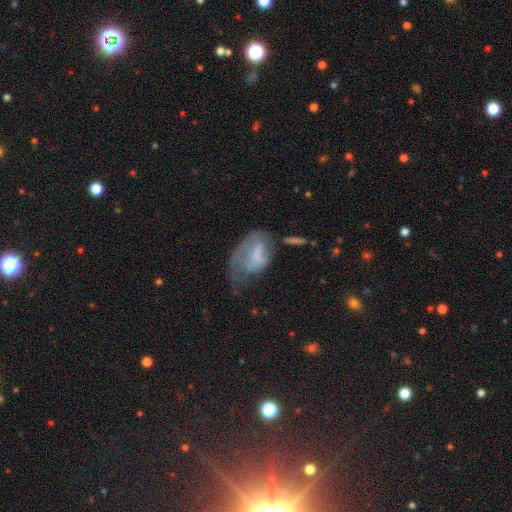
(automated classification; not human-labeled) This is possibly a smooth galaxy (46%). Merging: marginally major disturbance (44%).